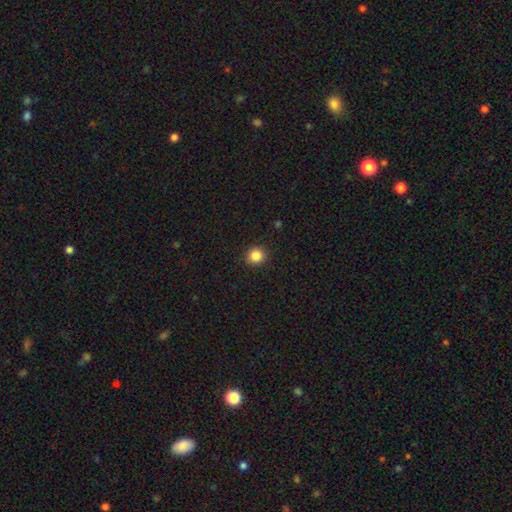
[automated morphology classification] Overall: smooth (85%). How rounded: round (92%). Merging: none (92%).